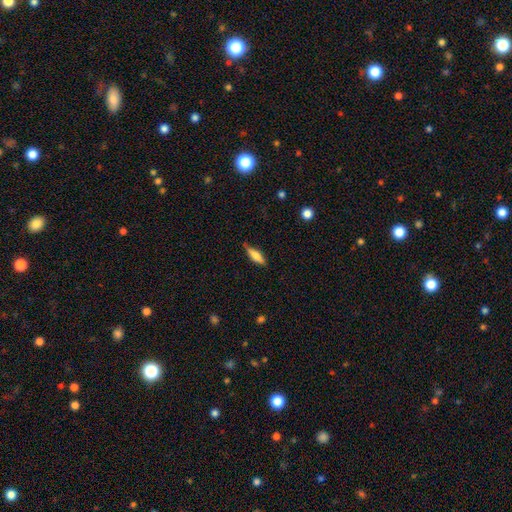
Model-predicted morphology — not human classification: A smooth galaxy with no disk features (70%) that is cigar-shaped (54%). Merging: none (77%).